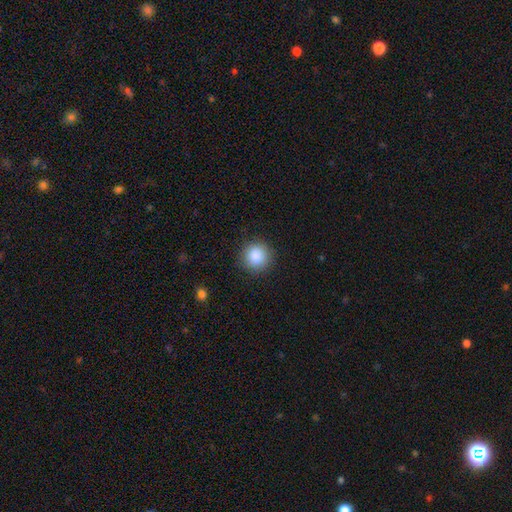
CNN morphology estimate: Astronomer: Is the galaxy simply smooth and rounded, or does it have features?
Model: smooth — 87%.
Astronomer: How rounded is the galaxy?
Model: round — 93%.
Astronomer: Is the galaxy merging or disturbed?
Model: none — 90%.